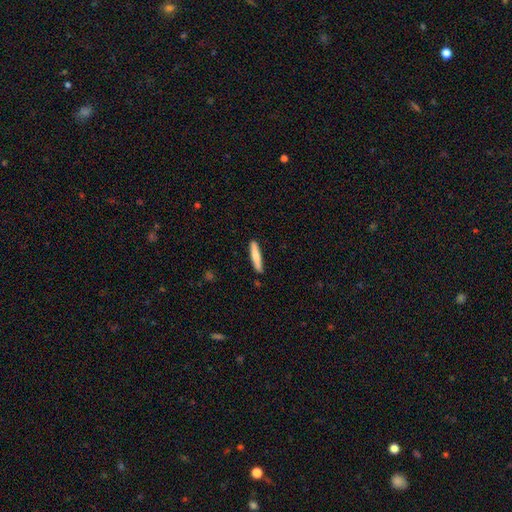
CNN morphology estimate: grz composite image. It shows a smooth galaxy with no disk features (77%) that is cigar-shaped (90%). Merging: none (88%).